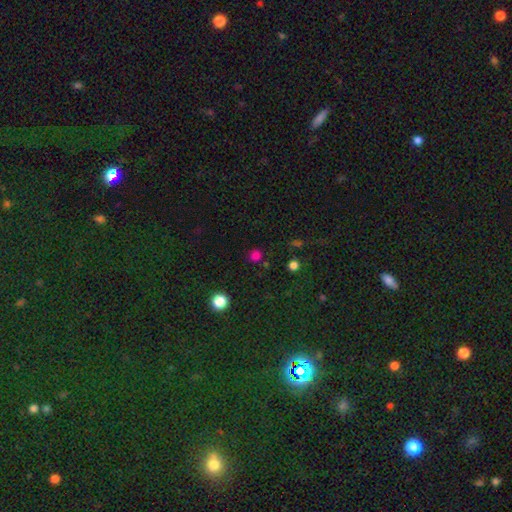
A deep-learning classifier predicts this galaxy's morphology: Q: Smooth or featured?
A: smooth (72%); runner-up: star or artifact (24%)
Q: How rounded?
A: round (89%); runner-up: in between (10%)
Q: Merging?
A: none (84%); runner-up: minor disturbance (9%)